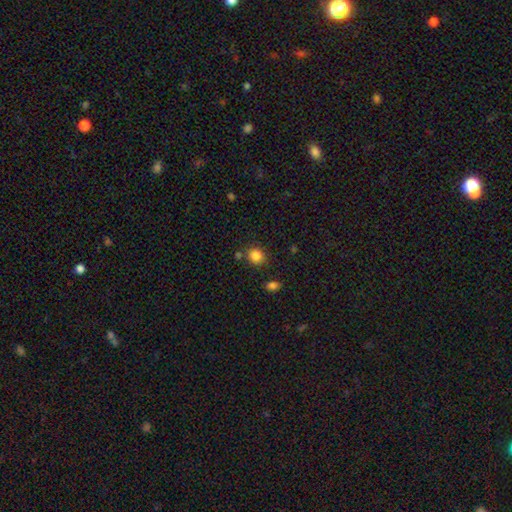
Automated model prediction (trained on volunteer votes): Overall: smooth (85%). How rounded: round (85%). Merging: none (79%).